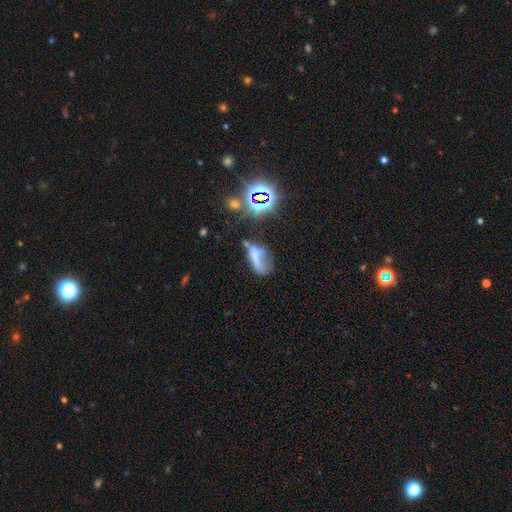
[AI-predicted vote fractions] Smooth or featured: smooth — 45% (featured or disk — 32%)
Merging: major disturbance — 37% (none — 23%)